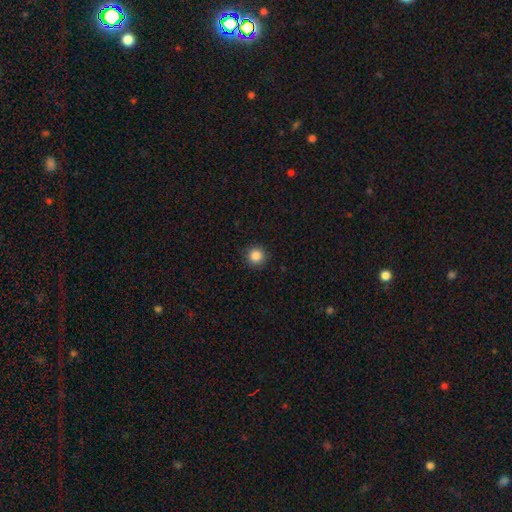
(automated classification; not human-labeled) The model was most divided on "smooth or featured": smooth: 85%, star or artifact: 11%, featured or disk: 4%. More confident: how rounded — round (96%); merging — none (92%).